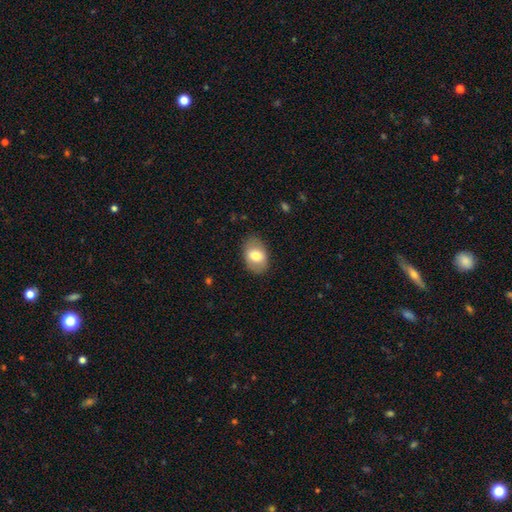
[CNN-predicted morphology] The model was most divided on "smooth or featured": smooth: 71%, featured or disk: 22%, star or artifact: 7%. More confident: how rounded — in between (84%); merging — none (83%).